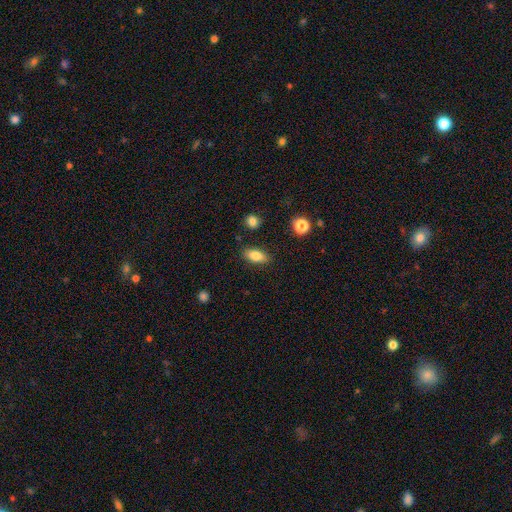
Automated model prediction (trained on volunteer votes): Smooth or featured?
  - smooth: 83% *
  - featured or disk: 9%
  - star or artifact: 8%
How rounded?
  - in between: 85% *
  - cigar-shaped: 10%
  - round: 5%
Merging?
  - none: 84% *
  - minor disturbance: 11%
  - major disturbance: 3%
  - merger: 2%